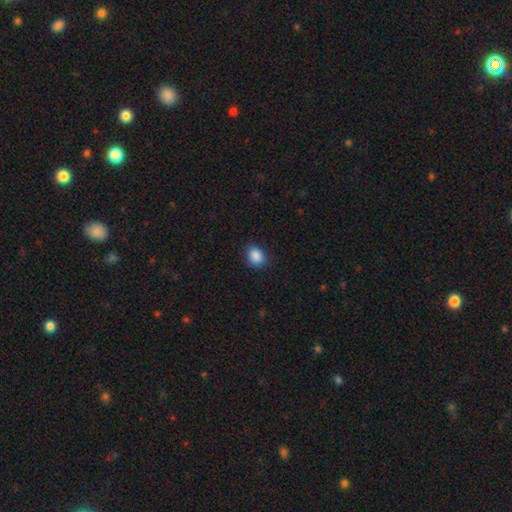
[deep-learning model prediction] Smooth or featured? Predicted: smooth (p=0.87). How rounded? Predicted: round (p=0.51). Merging? Predicted: none (p=0.84).